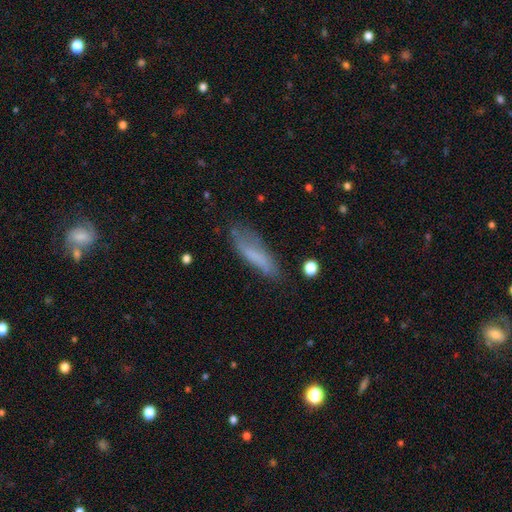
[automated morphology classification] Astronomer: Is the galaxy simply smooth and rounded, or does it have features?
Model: smooth — 66%.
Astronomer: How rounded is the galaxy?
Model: cigar-shaped — 66%.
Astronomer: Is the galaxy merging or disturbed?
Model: none — 60%.